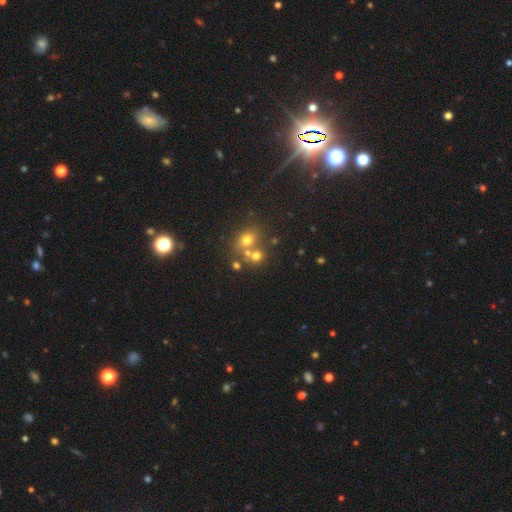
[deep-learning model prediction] Smooth or featured: smooth — 63% (star or artifact — 20%)
How rounded: round — 67% (in between — 32%)
Merging: none — 47% (merger — 39%)